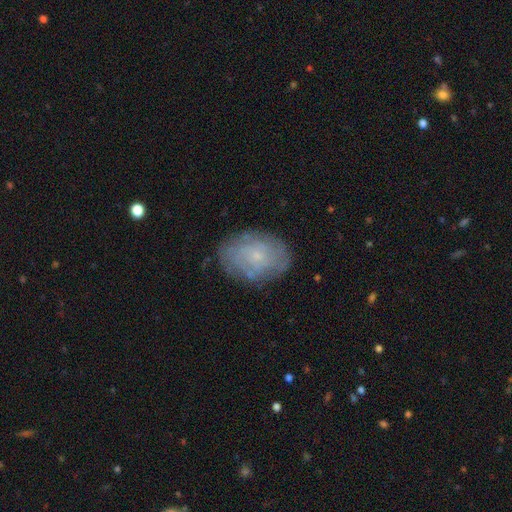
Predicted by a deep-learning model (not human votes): The model was most divided on "smooth or featured": featured or disk: 50%, smooth: 40%, star or artifact: 10%. More confident: merging — none (79%).